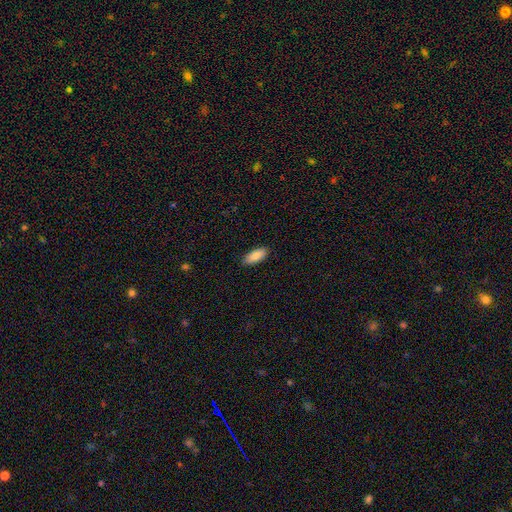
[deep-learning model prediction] smooth 84%, featured or disk 10%, star or artifact 6%. Down the decision tree: how rounded — in between (83%); merging — none (88%).